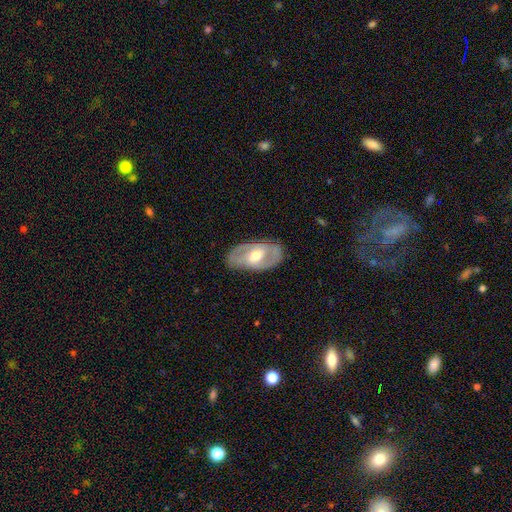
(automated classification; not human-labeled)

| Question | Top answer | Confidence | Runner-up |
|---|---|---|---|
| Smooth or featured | featured or disk | 70% | smooth (25%) |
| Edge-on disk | no | 92% | yes (8%) |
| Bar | weak | 45% | no (34%) |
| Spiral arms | yes | 66% | no (34%) |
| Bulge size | moderate | 72% | small (19%) |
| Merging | none | 80% | minor disturbance (14%) |